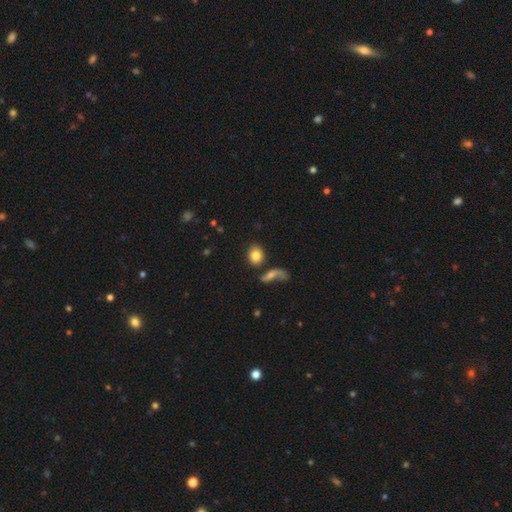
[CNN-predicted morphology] smooth_or_featured: smooth (p=0.81) [alt: featured or disk p=0.10]
how_rounded: in between (p=0.50) [alt: round p=0.48]
merging: none (p=0.65) [alt: merger p=0.16]